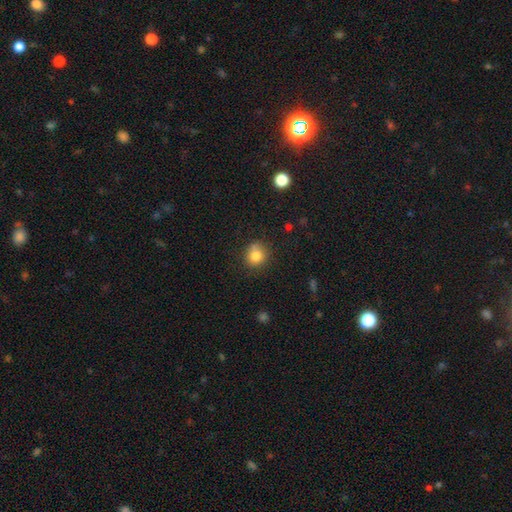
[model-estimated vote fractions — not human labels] Morphology: type=smooth (81%); roundness=round (79%); merging=none (73%).